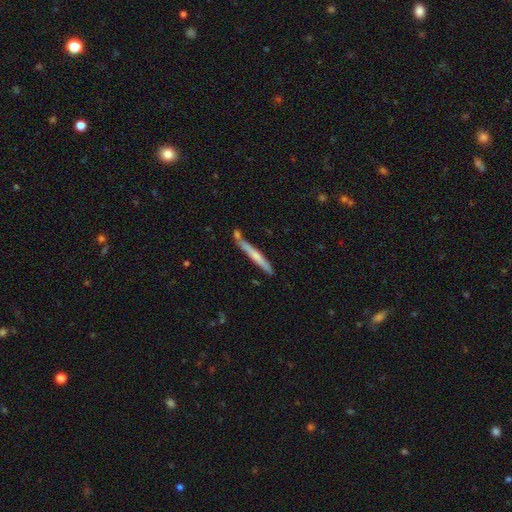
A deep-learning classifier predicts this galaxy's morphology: Smooth or featured?
  - smooth: 50% *
  - featured or disk: 44%
  - star or artifact: 6%
How rounded?
  - cigar-shaped: 96% *
  - in between: 3%
  - round: 1%
Merging?
  - none: 71% *
  - minor disturbance: 14%
  - merger: 12%
  - major disturbance: 3%